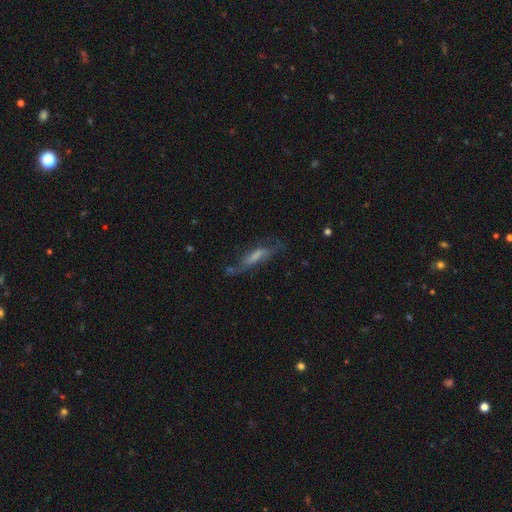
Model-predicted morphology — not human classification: Q: Smooth or featured?
A: featured or disk (56%); runner-up: smooth (31%)
Q: Edge-on disk?
A: no (66%); runner-up: yes (34%)
Q: Merging?
A: none (55%); runner-up: minor disturbance (23%)